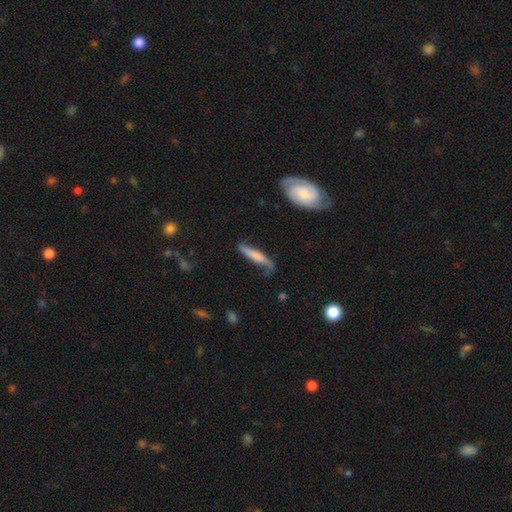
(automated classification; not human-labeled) This appears to be a smooth galaxy with no disk features (55%) that is cigar-shaped (81%). Merging: none (48%).